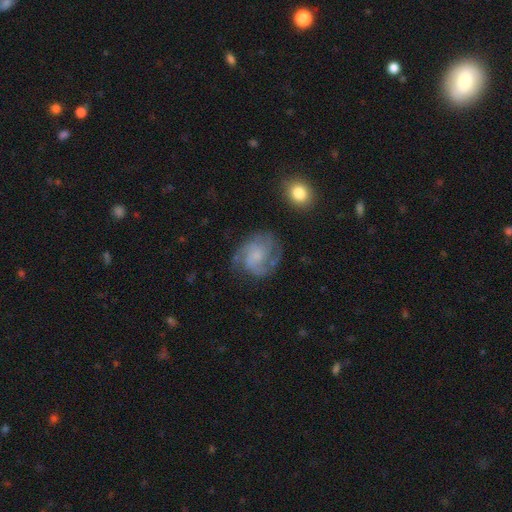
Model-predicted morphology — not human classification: Smooth or featured: featured or disk — 75% (smooth — 18%)
Edge-on disk: no — 98% (yes — 2%)
Bar: no — 70% (weak — 27%)
Spiral arms: yes — 93% (no — 7%)
Spiral winding: medium — 46% (tight — 37%)
Spiral arm count: 2 — 34% (3 — 30%)
Bulge size: small — 57% (moderate — 22%)
Merging: none — 66% (minor disturbance — 20%)